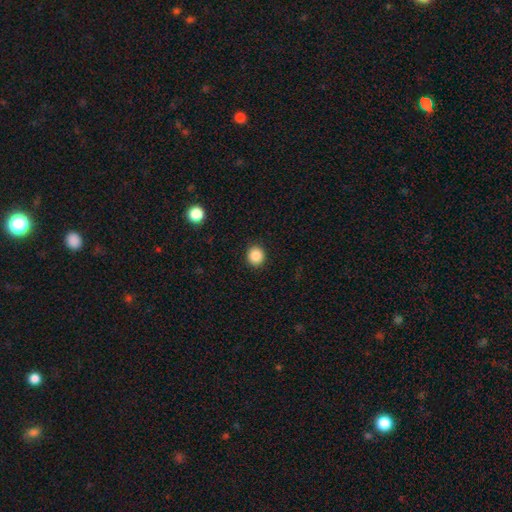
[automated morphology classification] smooth-or-featured: smooth: 87% | star or artifact: 9% | featured or disk: 3%
  how-rounded: round: 84% | in between: 15% | cigar-shaped: 1%
  merging: none: 92% | minor disturbance: 5% | major disturbance: 2% | merger: 1%